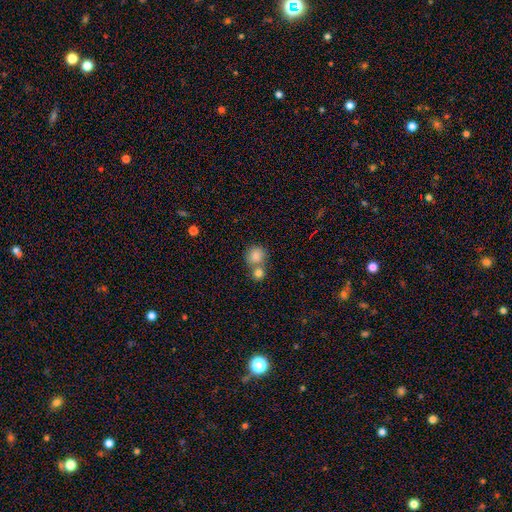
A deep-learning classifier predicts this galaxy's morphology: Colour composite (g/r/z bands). It shows a smooth galaxy with no disk features (83%) that is round (86%). Merging: none (48%).